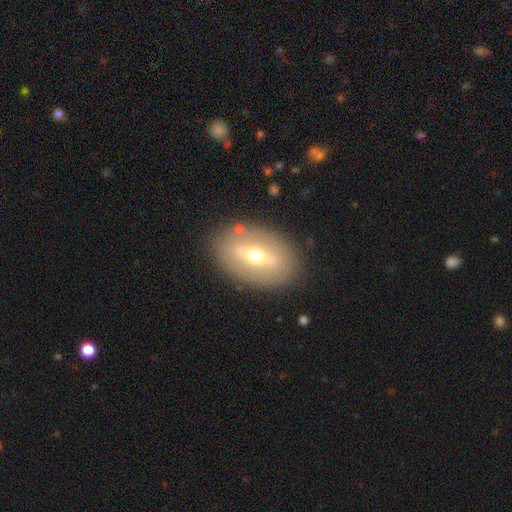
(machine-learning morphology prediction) Smooth or featured?
  - featured or disk: 52% *
  - smooth: 40%
  - star or artifact: 8%
Edge-on disk?
  - no: 78% *
  - yes: 22%
Merging?
  - none: 84% *
  - minor disturbance: 10%
  - major disturbance: 4%
  - merger: 2%